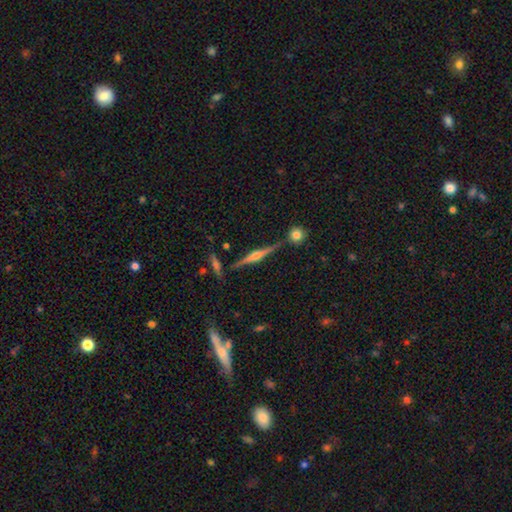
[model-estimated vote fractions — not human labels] Smooth or featured? Predicted: featured or disk (p=0.80). Edge-on disk? Predicted: yes (p=0.98). Edge-on bulge? Predicted: rounded (p=0.90). Merging? Predicted: none (p=0.83).